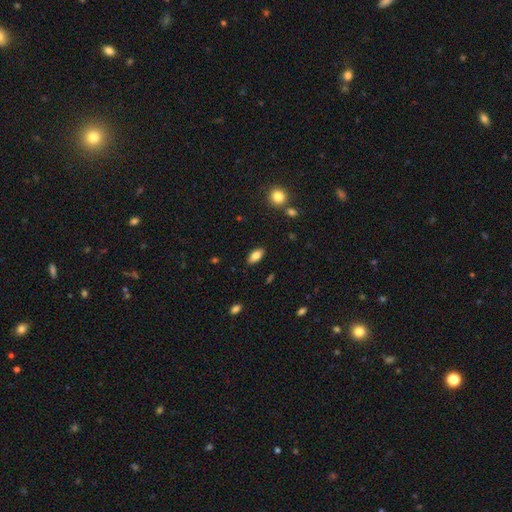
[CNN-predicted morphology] Smooth or featured? Predicted: smooth (p=0.82). How rounded? Predicted: in between (p=0.90). Merging? Predicted: none (p=0.87).